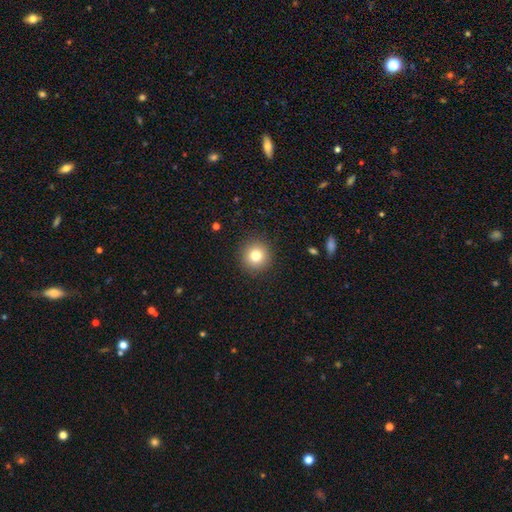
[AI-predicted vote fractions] Morphology: type=smooth (80%); roundness=round (94%); merging=none (91%).